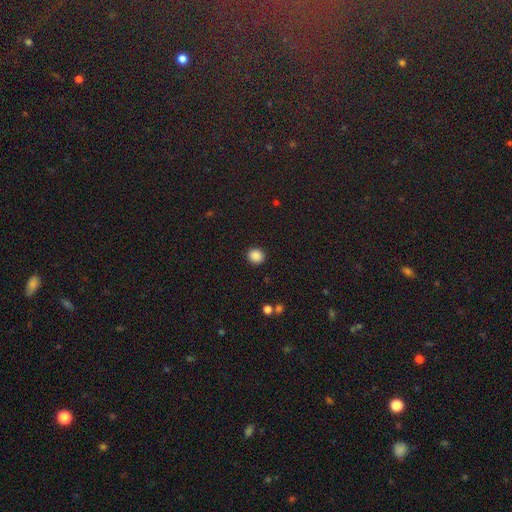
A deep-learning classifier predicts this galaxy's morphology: This appears to be a smooth galaxy with no disk features (87%) that is round (80%). Merging: none (91%).